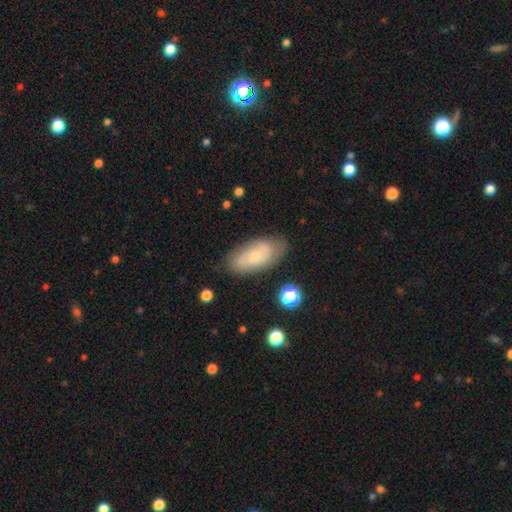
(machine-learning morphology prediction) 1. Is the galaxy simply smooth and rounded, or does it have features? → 47% smooth, 45% featured or disk, 8% star or artifact.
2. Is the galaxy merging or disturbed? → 77% none, 17% minor disturbance, 4% major disturbance, 2% merger.